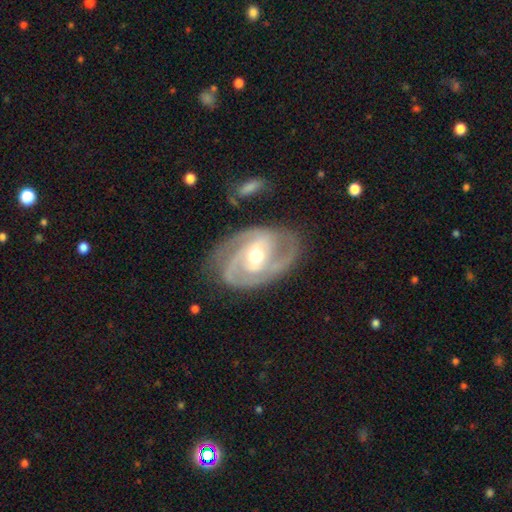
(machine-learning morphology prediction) The model was most divided on "spiral winding": tight: 47%, medium: 43%, loose: 10%. Remaining: edge-on disk — no (96%); spiral arms — yes (96%); smooth or featured — featured or disk (90%); merging — none (76%); spiral arm count — 2 (70%); bulge size — moderate (68%); bar — weak (42%).